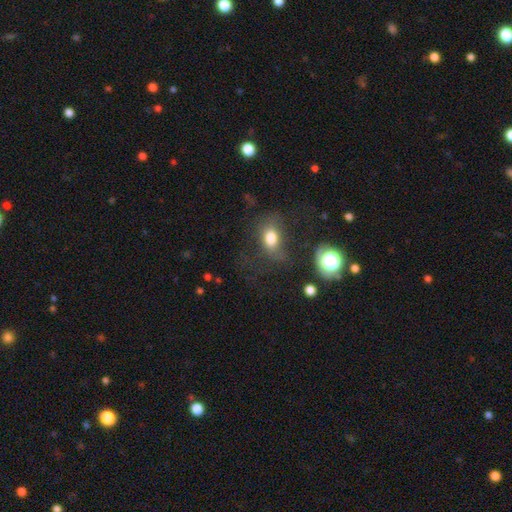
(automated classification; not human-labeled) Smooth or featured: smooth — 53% (star or artifact — 27%)
How rounded: in between — 57% (round — 40%)
Merging: none — 57% (minor disturbance — 20%)